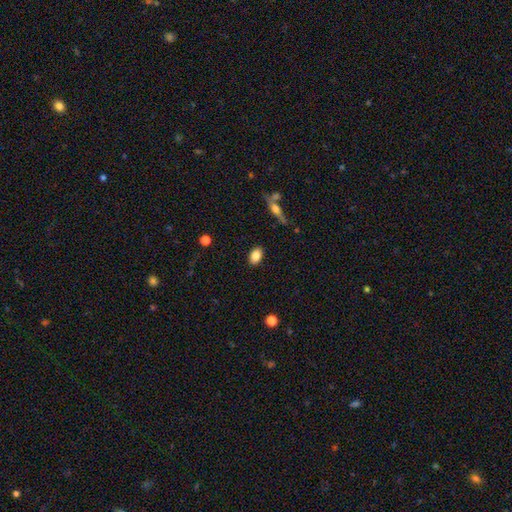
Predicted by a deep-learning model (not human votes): smooth 83%, featured or disk 9%, star or artifact 8%. Down the decision tree: how rounded — in between (86%); merging — none (87%).